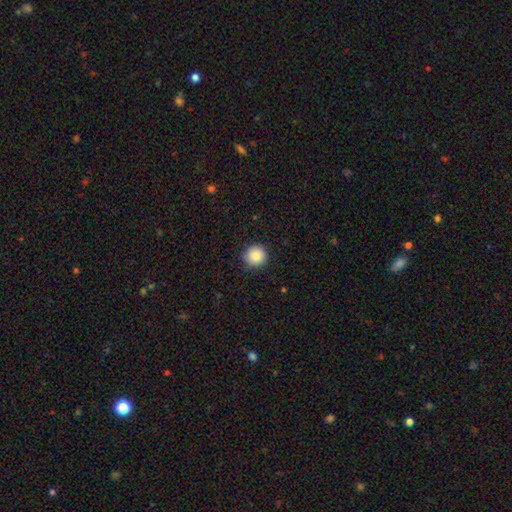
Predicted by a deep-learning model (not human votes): smooth-or-featured: smooth: 86% | star or artifact: 9% | featured or disk: 5%
  how-rounded: round: 95% | in between: 4% | cigar-shaped: 1%
  merging: none: 88% | minor disturbance: 9% | major disturbance: 2% | merger: 1%